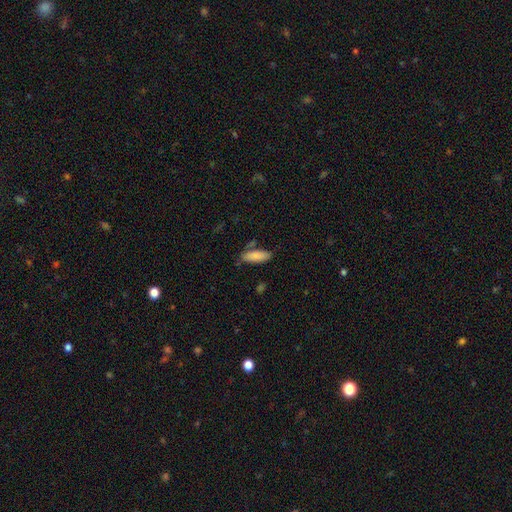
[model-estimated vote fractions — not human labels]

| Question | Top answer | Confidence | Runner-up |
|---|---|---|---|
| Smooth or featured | smooth | 86% | featured or disk (7%) |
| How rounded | in between | 66% | cigar-shaped (32%) |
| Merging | none | 74% | minor disturbance (16%) |